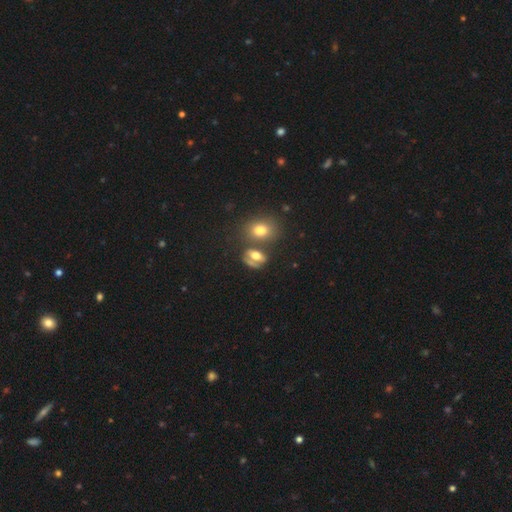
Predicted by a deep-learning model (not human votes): Morphology: type=smooth (61%); roundness=in between (71%); merging=none (45%).